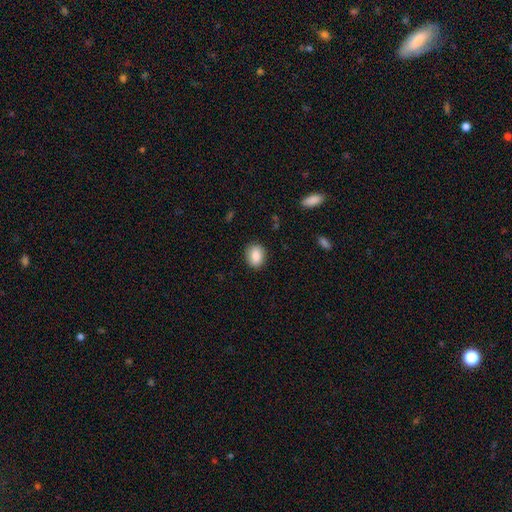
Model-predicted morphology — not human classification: smooth_or_featured: smooth (p=0.88) [alt: star or artifact p=0.08]
how_rounded: in between (p=0.64) [alt: round p=0.35]
merging: none (p=0.87) [alt: minor disturbance p=0.10]